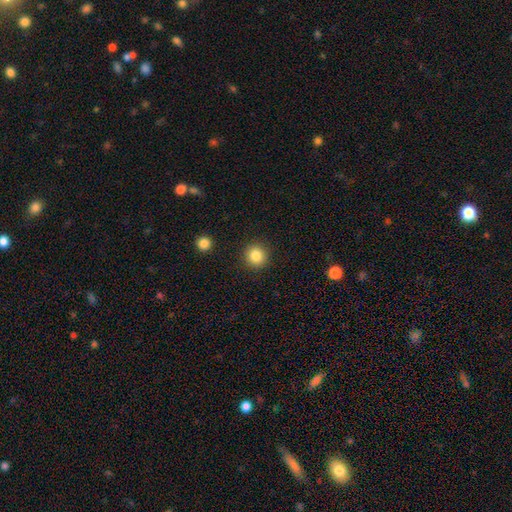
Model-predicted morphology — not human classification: Overall: smooth (84%). How rounded: round (92%). Merging: none (90%).